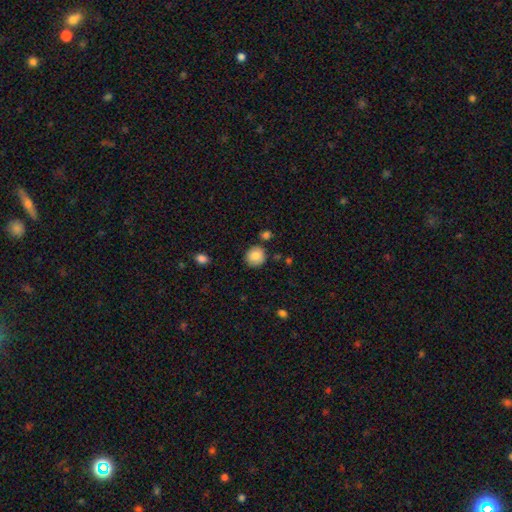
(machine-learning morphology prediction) The model was most divided on "merging": none: 83%, minor disturbance: 10%, merger: 5%, major disturbance: 2%. More confident: how rounded — round (90%); smooth or featured — smooth (83%).